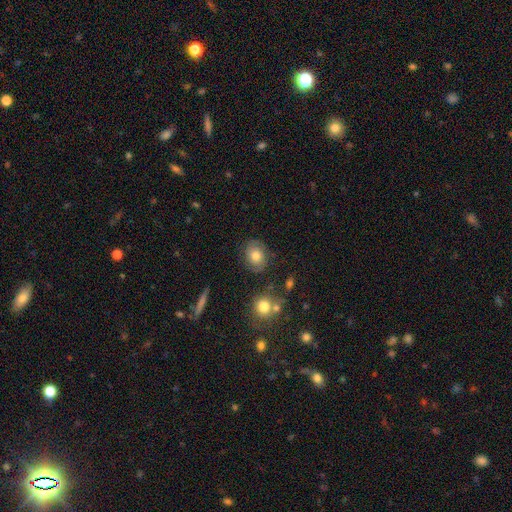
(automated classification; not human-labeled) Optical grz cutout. It shows a featured or disk galaxy (46%). Merging: none (79%).